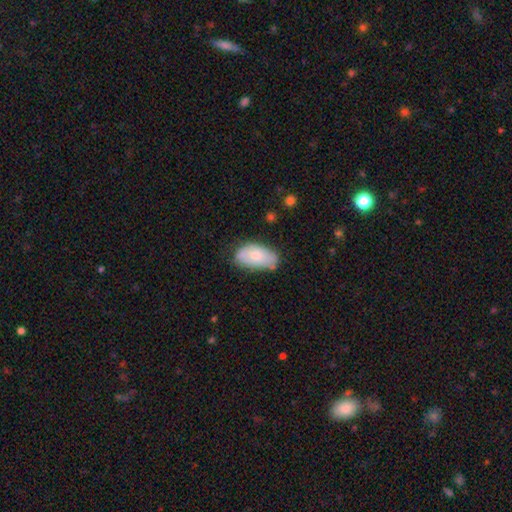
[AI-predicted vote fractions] smooth 68%, featured or disk 25%, star or artifact 7%. Down the decision tree: how rounded — in between (93%); merging — none (56%).